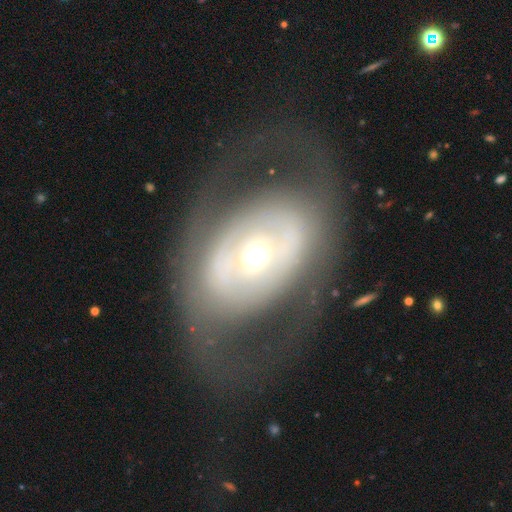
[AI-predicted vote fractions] Morphology: type=featured or disk (68%); edge-on=no (92%); bar=no (61%); spiral arms=no (70%); bulge=moderate (54%); merging=none (71%).